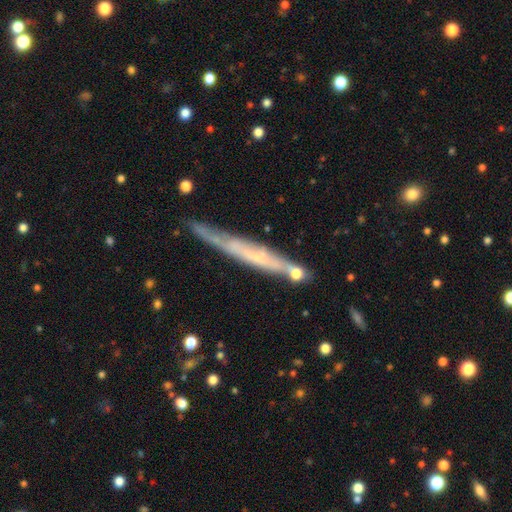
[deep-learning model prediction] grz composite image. It shows a featured or disk galaxy (61%) viewed edge-on (87%) with no central bulge (71%). Merging: none (68%).